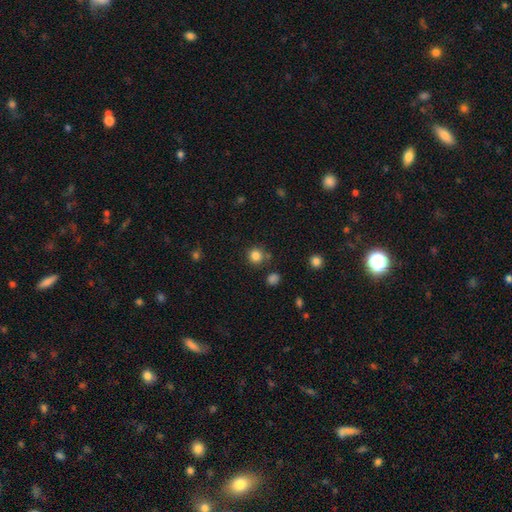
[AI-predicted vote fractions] Smooth or featured? Predicted: smooth (p=0.83). How rounded? Predicted: round (p=0.92). Merging? Predicted: none (p=0.81).